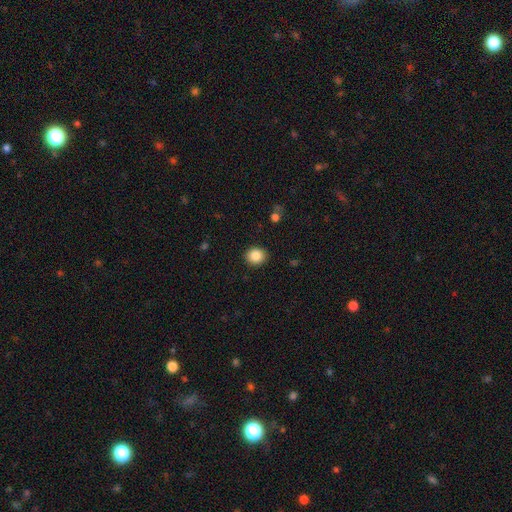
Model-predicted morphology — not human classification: The model was most divided on "how rounded": round: 77%, in between: 22%, cigar-shaped: 1%. More confident: merging — none (91%); smooth or featured — smooth (86%).